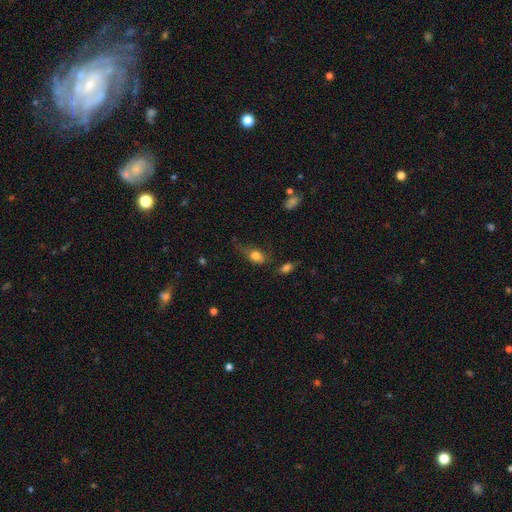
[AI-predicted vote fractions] A smooth galaxy with no disk features (77%) that is in between round and cigar-shaped (78%). Merging: none (36%).